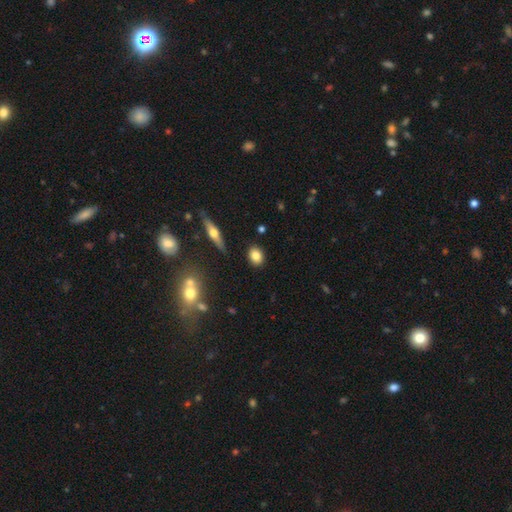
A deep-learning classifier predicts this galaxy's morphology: smooth-or-featured: smooth: 81% | featured or disk: 11% | star or artifact: 9%
  how-rounded: in between: 52% | round: 45% | cigar-shaped: 3%
  merging: none: 87% | minor disturbance: 9% | major disturbance: 2% | merger: 2%